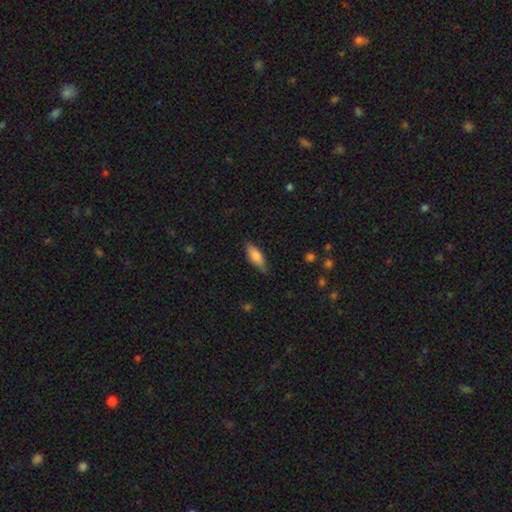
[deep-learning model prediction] A smooth galaxy with no disk features (79%) that is in between round and cigar-shaped (69%).

Vote fractions:
- Smooth or featured? smooth: 79% / featured or disk: 15% / star or artifact: 6%
- How rounded? in between: 69% / cigar-shaped: 29% / round: 2%
- Merging? none: 79% / minor disturbance: 16% / major disturbance: 3% / merger: 1%